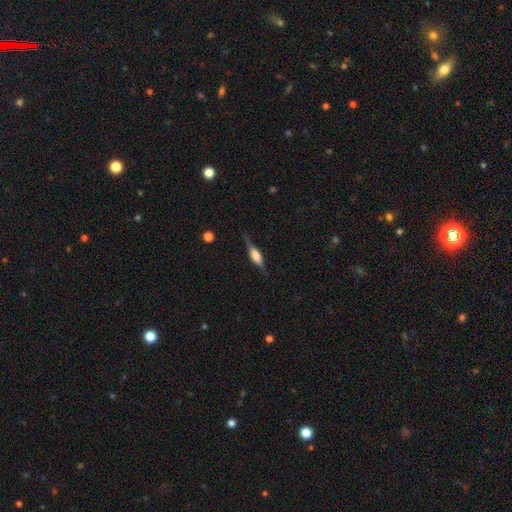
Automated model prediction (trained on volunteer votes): A featured or disk galaxy (60%) viewed edge-on (95%) with a rounded central bulge (61%). Merging: none (79%).